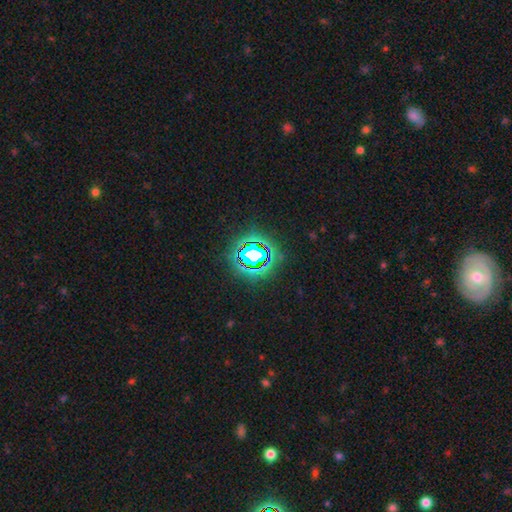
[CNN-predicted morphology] Overall: star or artifact (73%).